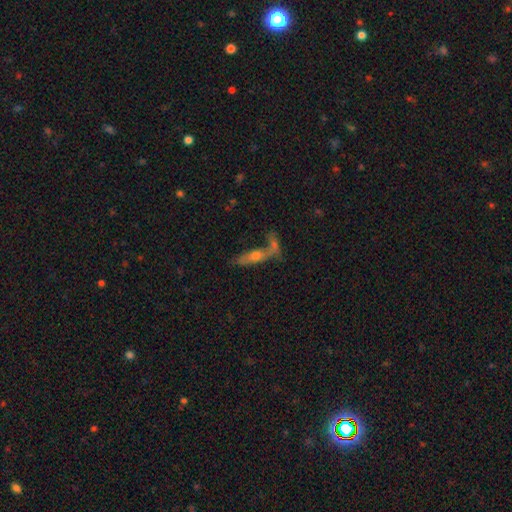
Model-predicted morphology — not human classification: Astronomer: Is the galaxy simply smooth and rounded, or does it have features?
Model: featured or disk — 47% (runner-up: smooth, 42%).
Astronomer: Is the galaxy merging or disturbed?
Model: none — 40% (runner-up: merger, 39%).